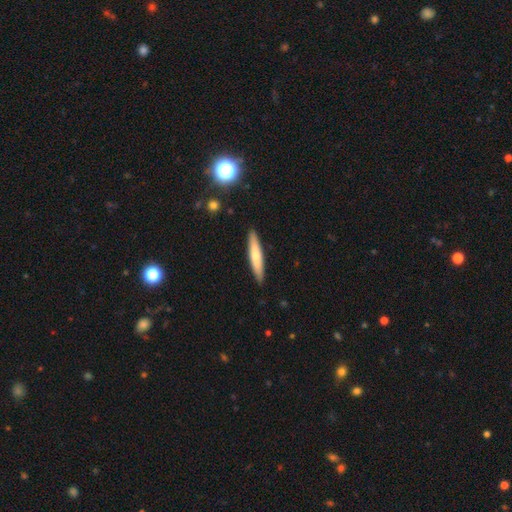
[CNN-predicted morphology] type=smooth (63%); roundness=cigar-shaped (90%); merging=none (90%).